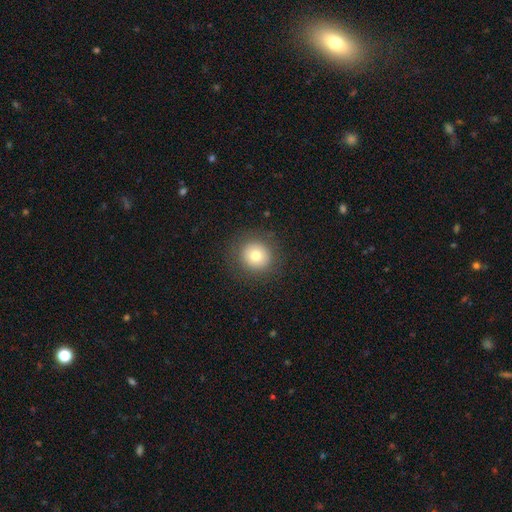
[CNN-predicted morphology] smooth 75%, featured or disk 14%, star or artifact 12%. Down the decision tree: how rounded — round (94%); merging — none (88%).